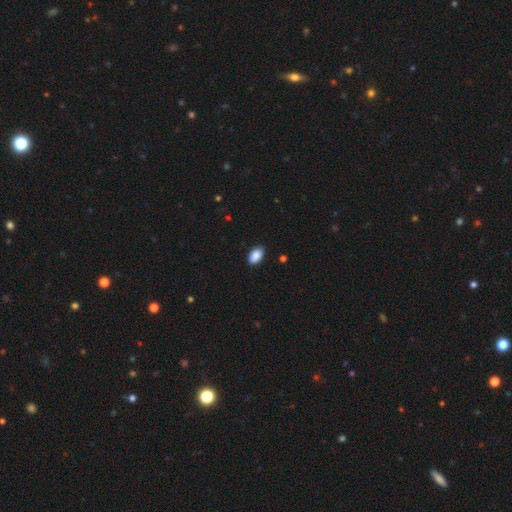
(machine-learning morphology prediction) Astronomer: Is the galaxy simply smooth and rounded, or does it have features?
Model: smooth — 89%.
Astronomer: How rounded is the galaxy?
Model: in between — 93%.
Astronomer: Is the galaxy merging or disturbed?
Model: none — 87%.